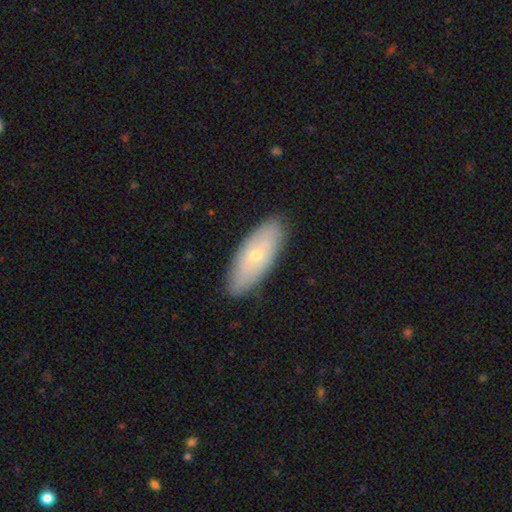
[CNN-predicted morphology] Smooth or featured?
  - featured or disk: 48% *
  - smooth: 46%
  - star or artifact: 6%
Merging?
  - none: 85% *
  - minor disturbance: 12%
  - major disturbance: 2%
  - merger: 1%